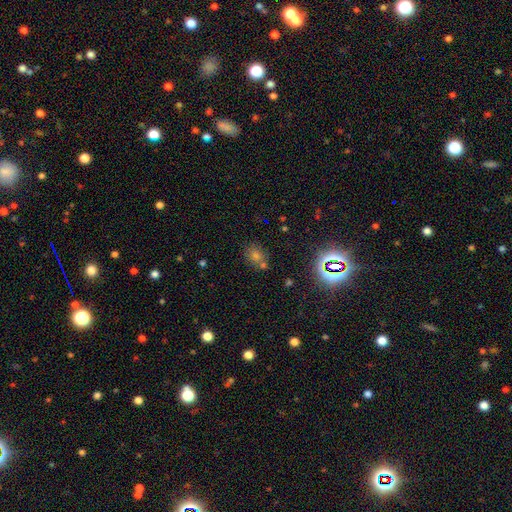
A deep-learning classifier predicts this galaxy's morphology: Smooth or featured? smooth (52%)
How rounded? round (60%)
Merging? none (69%)